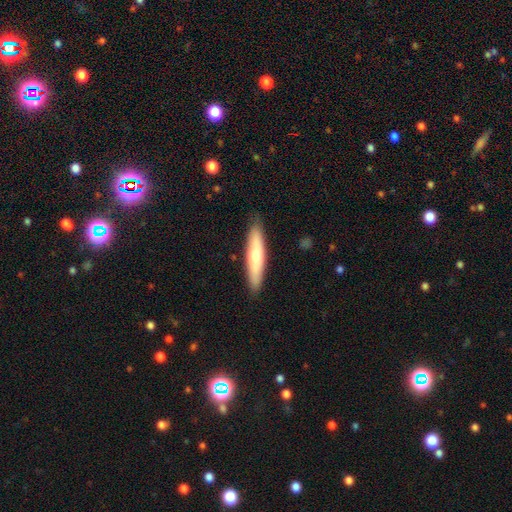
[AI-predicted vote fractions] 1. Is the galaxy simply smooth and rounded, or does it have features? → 61% smooth, 34% featured or disk, 5% star or artifact.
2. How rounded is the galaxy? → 82% cigar-shaped, 17% in between, 1% round.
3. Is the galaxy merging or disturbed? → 87% none, 10% minor disturbance, 2% major disturbance, 1% merger.